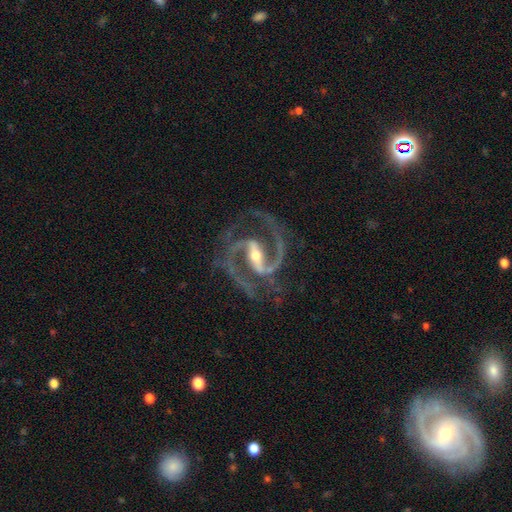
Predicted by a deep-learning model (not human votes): Smooth or featured?
  - featured or disk: 94% *
  - star or artifact: 5%
  - smooth: 2%
Edge-on disk?
  - no: 98% *
  - yes: 2%
Bar?
  - strong: 66% *
  - weak: 26%
  - no: 8%
Spiral arms?
  - yes: 99% *
  - no: 1%
Spiral winding?
  - medium: 69% *
  - tight: 21%
  - loose: 11%
Spiral arm count?
  - 2: 92% *
  - 3: 4%
  - can't tell: 1%
  - 1: 1%
  - 4: 1%
  - more than 4: 1%
Bulge size?
  - moderate: 48% *
  - small: 47%
  - large: 3%
  - none: 1%
  - dominant: 1%
Merging?
  - none: 75% *
  - minor disturbance: 15%
  - major disturbance: 9%
  - merger: 2%